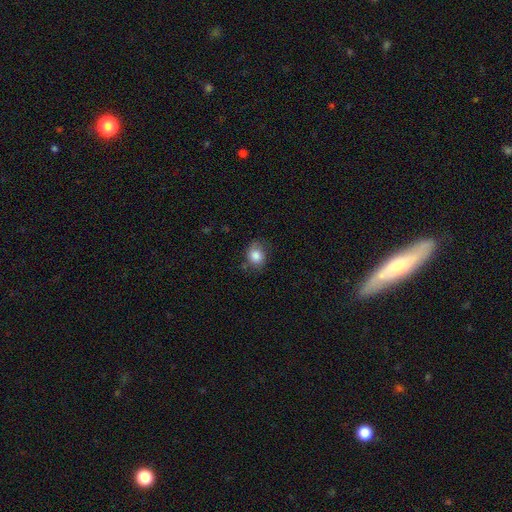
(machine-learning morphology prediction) Smooth or featured? smooth (84%)
How rounded? round (61%)
Merging? none (68%)